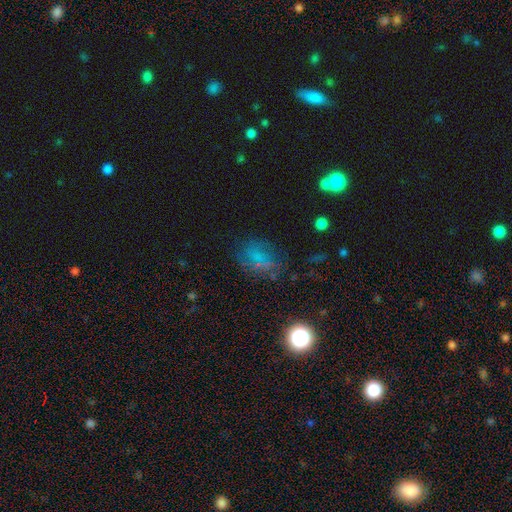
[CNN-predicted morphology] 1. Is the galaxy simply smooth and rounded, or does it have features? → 46% smooth, 31% star or artifact, 23% featured or disk.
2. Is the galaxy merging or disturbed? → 60% none, 20% minor disturbance, 15% major disturbance, 5% merger.